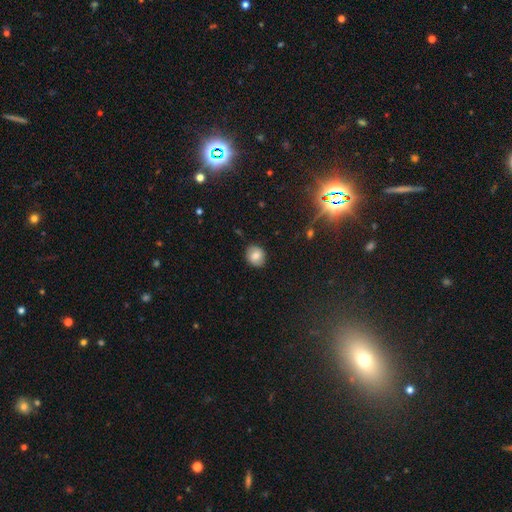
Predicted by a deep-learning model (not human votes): This appears to be a smooth galaxy with no disk features (78%) that is round (69%). Merging: none (86%).